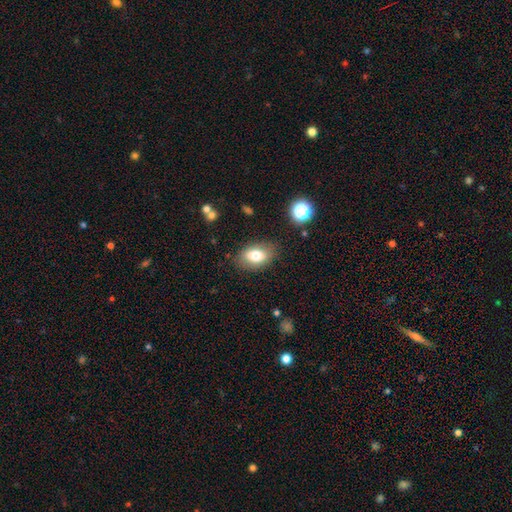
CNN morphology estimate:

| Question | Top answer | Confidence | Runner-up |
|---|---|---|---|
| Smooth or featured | smooth | 73% | featured or disk (18%) |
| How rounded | in between | 86% | round (12%) |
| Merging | none | 81% | minor disturbance (13%) |